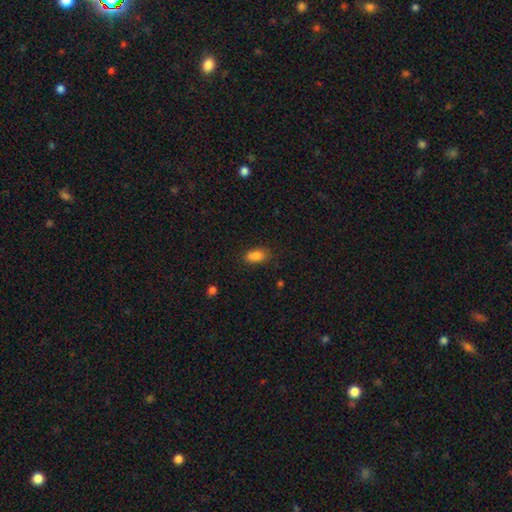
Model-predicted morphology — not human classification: This appears to be a smooth galaxy with no disk features (86%) that is in between round and cigar-shaped (89%). Merging: none (78%).